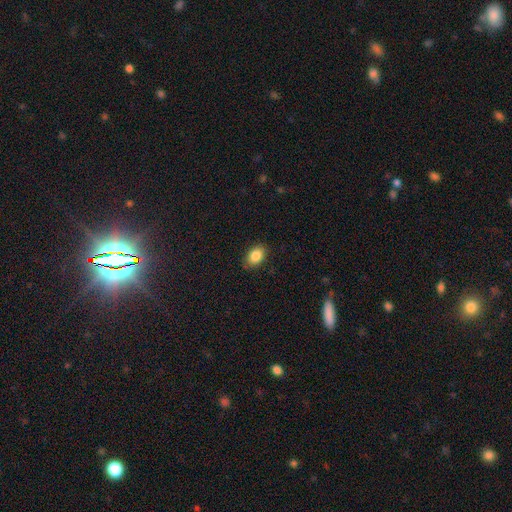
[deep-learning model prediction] Smooth or featured? smooth (87%)
How rounded? in between (81%)
Merging? none (86%)